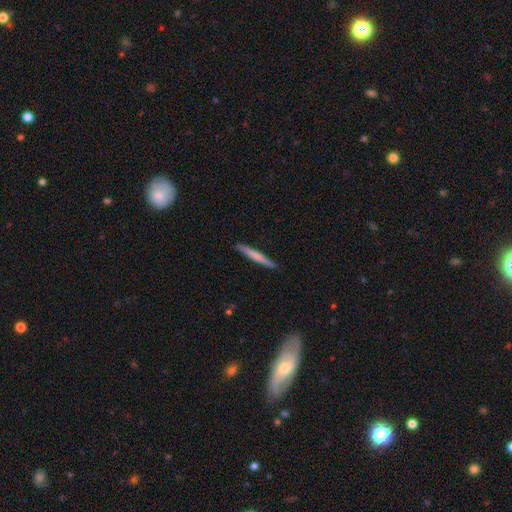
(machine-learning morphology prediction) Smooth or featured? smooth (62%)
How rounded? cigar-shaped (97%)
Merging? none (91%)